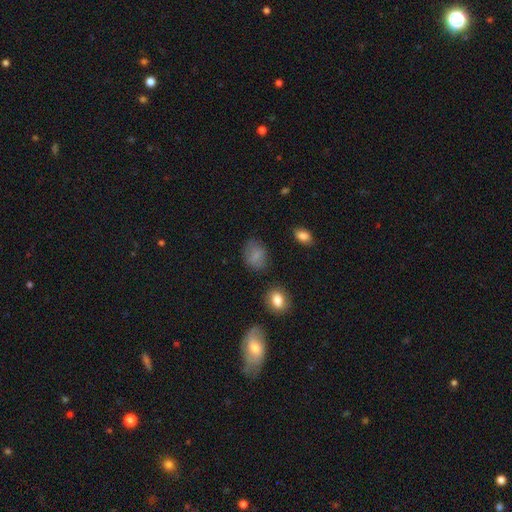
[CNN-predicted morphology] Q: Smooth or featured?
A: smooth (80%); runner-up: star or artifact (11%)
Q: How rounded?
A: in between (75%); runner-up: round (23%)
Q: Merging?
A: none (70%); runner-up: minor disturbance (21%)